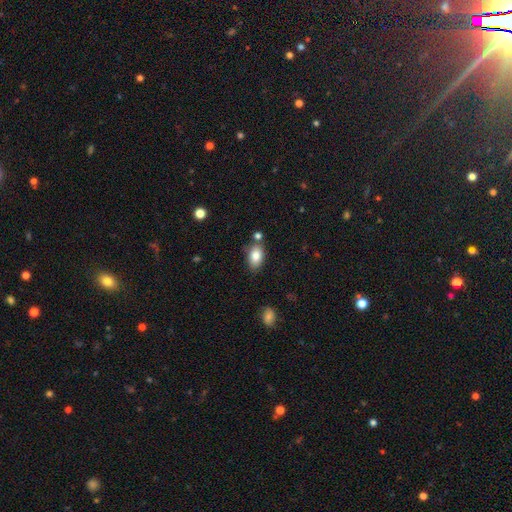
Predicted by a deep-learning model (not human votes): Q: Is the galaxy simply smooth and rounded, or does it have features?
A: smooth — 82%.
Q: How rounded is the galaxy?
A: in between — 90%.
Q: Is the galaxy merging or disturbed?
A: none — 72%.